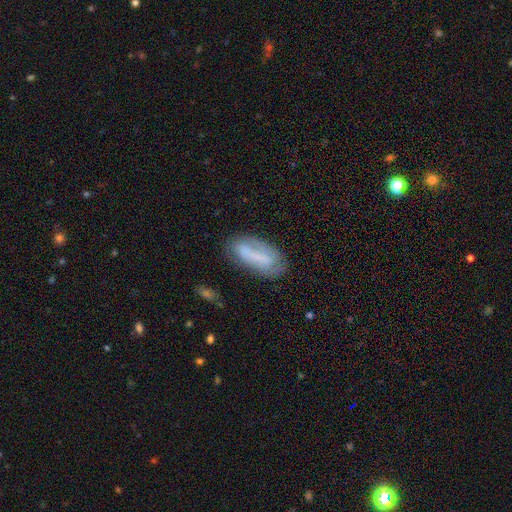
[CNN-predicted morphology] The model was most divided on "smooth or featured": smooth: 54%, featured or disk: 37%, star or artifact: 9%. More confident: how rounded — in between (74%); merging — none (65%).